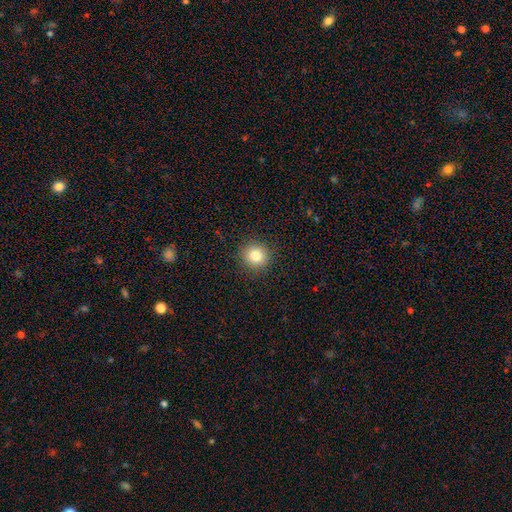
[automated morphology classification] The model was most divided on "smooth or featured": smooth: 82%, star or artifact: 11%, featured or disk: 7%. More confident: how rounded — round (92%); merging — none (90%).